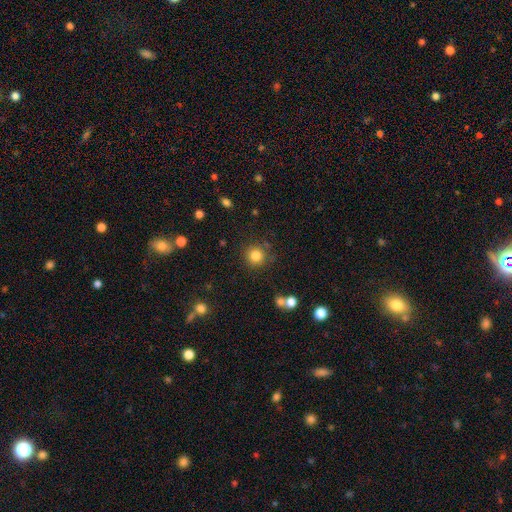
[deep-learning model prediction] smooth 82%, star or artifact 12%, featured or disk 6%. Down the decision tree: how rounded — round (93%); merging — none (83%).